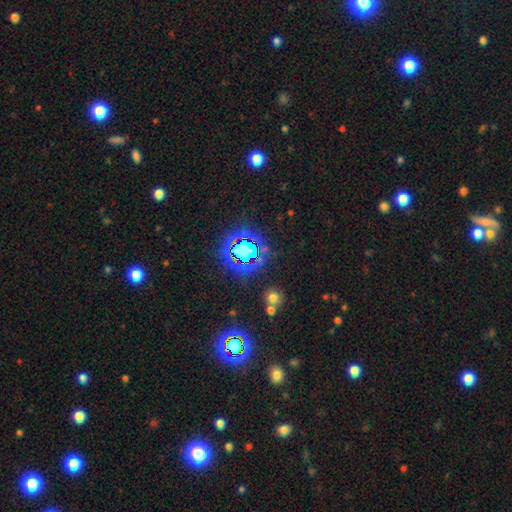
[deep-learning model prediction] Morphology: type=star or artifact (79%).